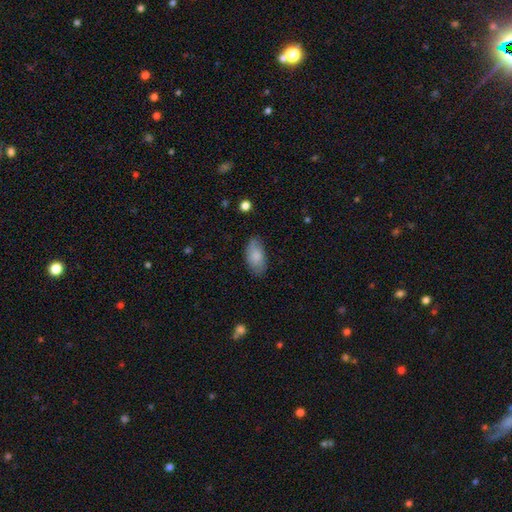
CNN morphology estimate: The model was most divided on "merging": none: 77%, minor disturbance: 18%, major disturbance: 4%, merger: 1%. More confident: how rounded — in between (94%); smooth or featured — smooth (83%).